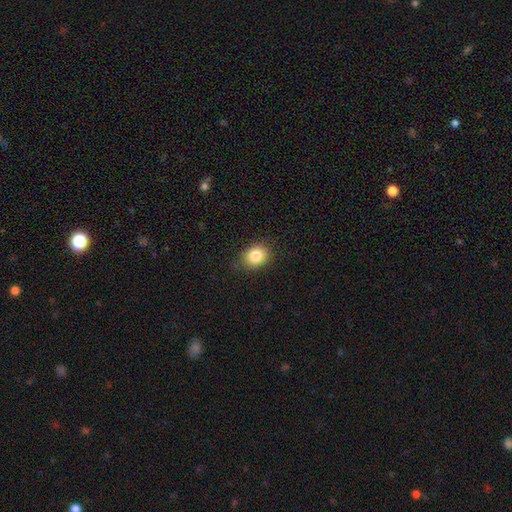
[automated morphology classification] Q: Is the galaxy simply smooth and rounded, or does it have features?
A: smooth — 85%.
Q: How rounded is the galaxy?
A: round — 50%.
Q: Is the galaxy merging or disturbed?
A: none — 85%.